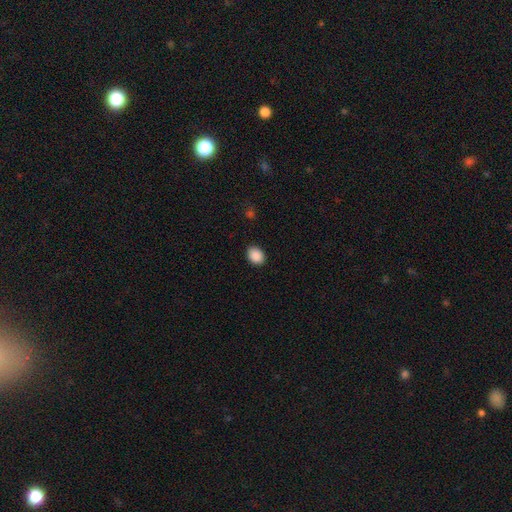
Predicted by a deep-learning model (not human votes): smooth 90%, star or artifact 8%, featured or disk 2%. Down the decision tree: how rounded — in between (60%); merging — none (89%).